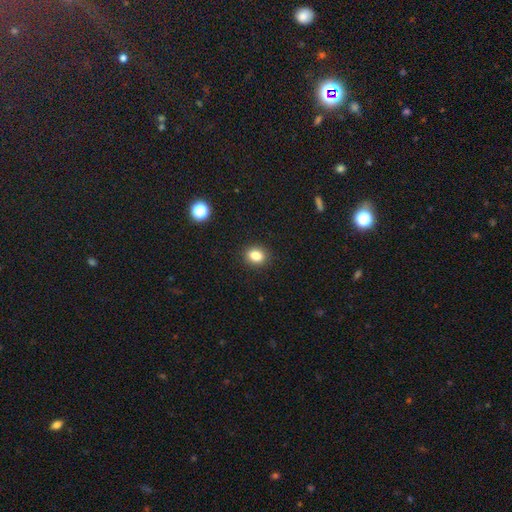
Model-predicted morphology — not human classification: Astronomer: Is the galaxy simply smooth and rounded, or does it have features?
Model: smooth — 83%.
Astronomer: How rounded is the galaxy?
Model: round — 52% (runner-up: in between, 47%).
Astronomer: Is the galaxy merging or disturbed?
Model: none — 90%.